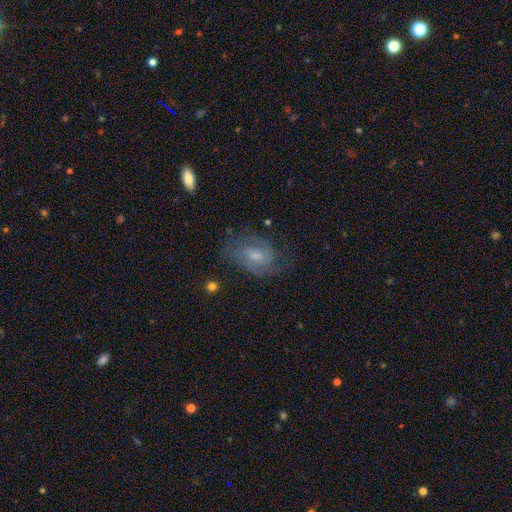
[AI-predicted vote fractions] Smooth or featured? featured or disk (67%)
Edge-on disk? no (96%)
Bar? weak (48%)
Spiral arms? yes (88%)
Spiral winding? medium (46%)
Spiral arm count? 2 (51%)
Bulge size? small (46%)
Merging? none (60%)